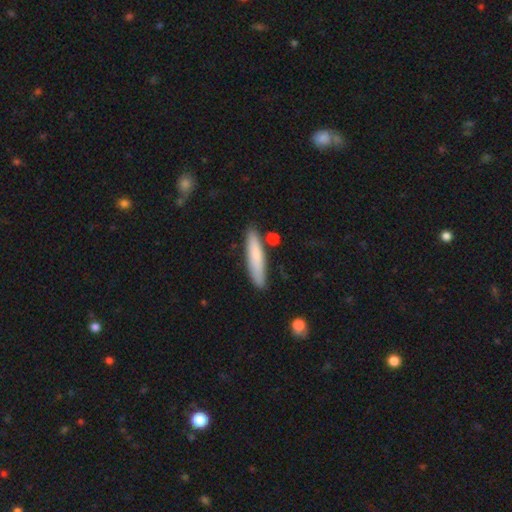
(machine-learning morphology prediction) Smooth or featured? Predicted: smooth (p=0.77). How rounded? Predicted: cigar-shaped (p=0.88). Merging? Predicted: none (p=0.83).